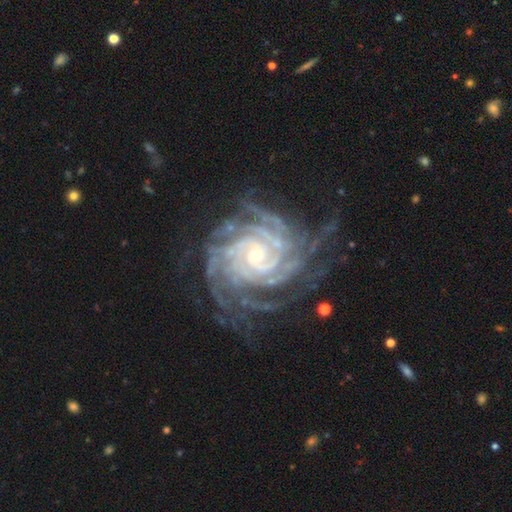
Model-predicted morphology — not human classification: A featured or disk galaxy (92%) with no bar (67%), more than 4 (28%) tight (79%) spiral arms (99%) and a small central bulge (70%). Merging: none (71%).